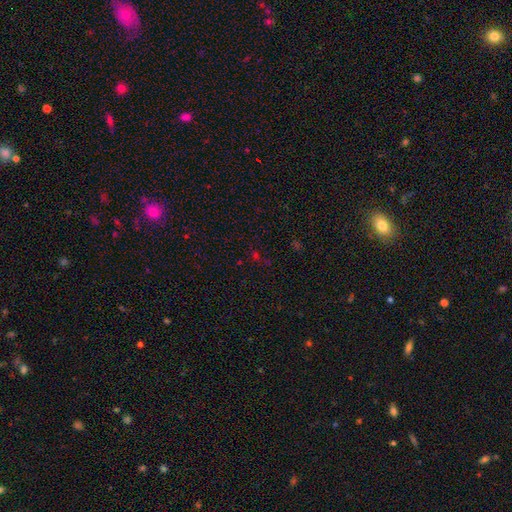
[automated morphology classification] Smooth or featured?
  - star or artifact: 57% *
  - smooth: 35%
  - featured or disk: 8%